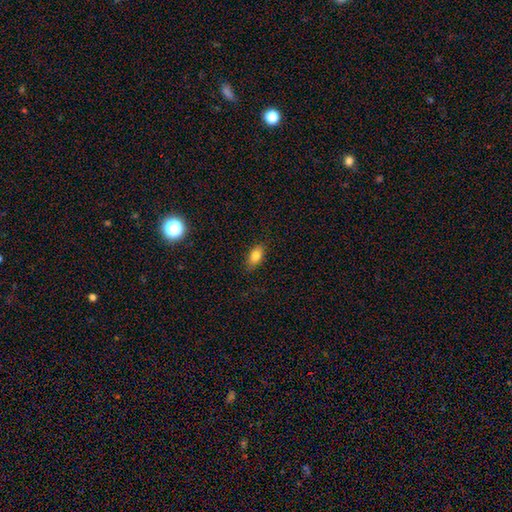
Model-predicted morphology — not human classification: The model was most divided on "smooth or featured": smooth: 81%, featured or disk: 10%, star or artifact: 9%. More confident: how rounded — in between (87%); merging — none (85%).